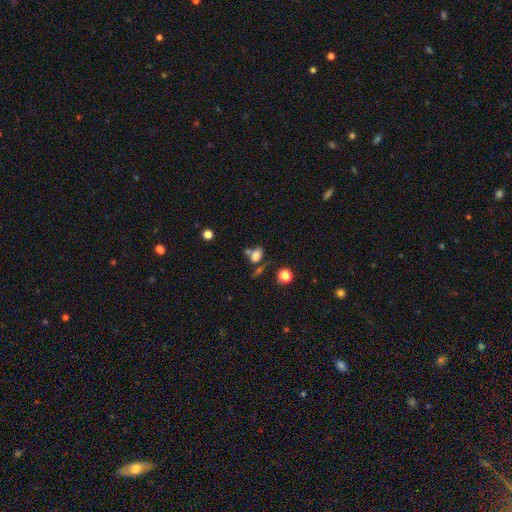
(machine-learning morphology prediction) This appears to be a smooth galaxy with no disk features (69%) that is in between round and cigar-shaped (75%). Merging: none (43%).